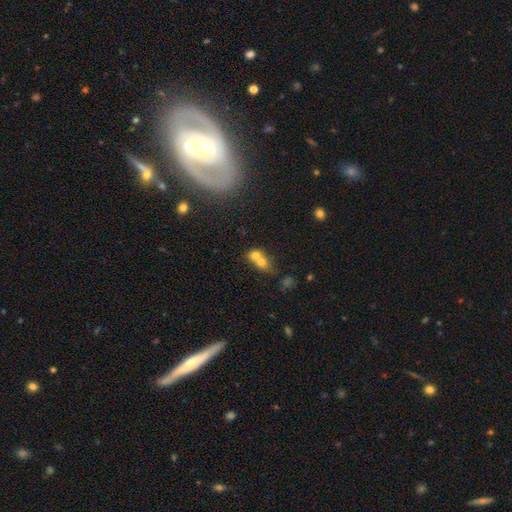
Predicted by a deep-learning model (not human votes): This appears to be a smooth galaxy with no disk features (69%) that is round (57%). Merging: merger (73%).